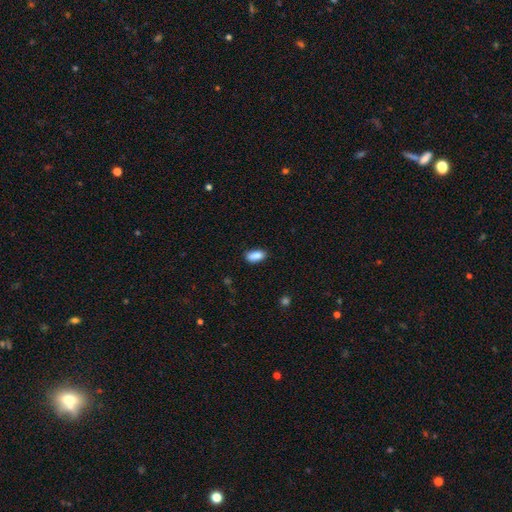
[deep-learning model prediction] Overall: smooth (89%). How rounded: in between (88%). Merging: none (82%).